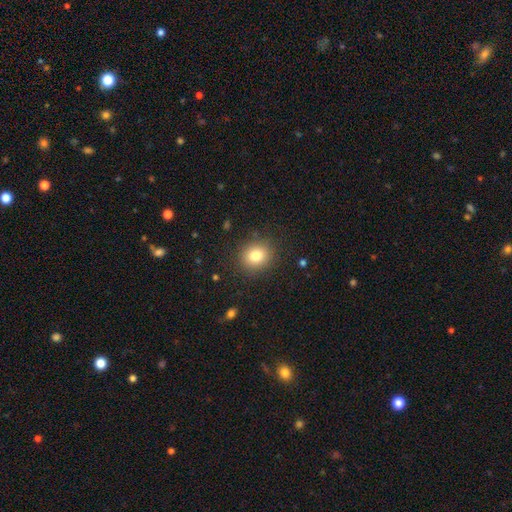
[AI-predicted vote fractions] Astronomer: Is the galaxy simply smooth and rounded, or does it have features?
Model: smooth — 80%.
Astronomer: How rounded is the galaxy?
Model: round — 79%.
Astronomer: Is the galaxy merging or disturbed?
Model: none — 88%.